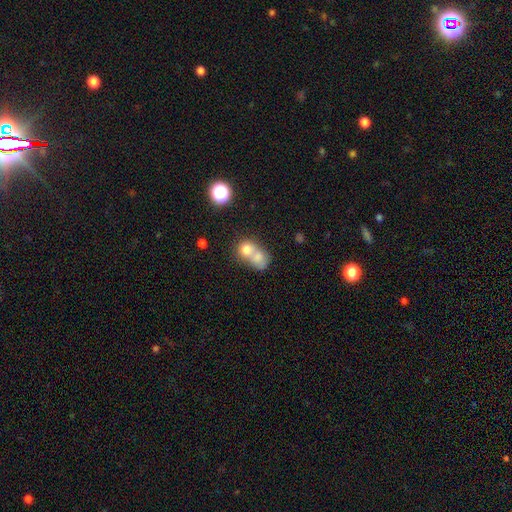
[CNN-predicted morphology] Overall: smooth (71%). How rounded: round (66%; in between 33%). Merging: merger (68%).